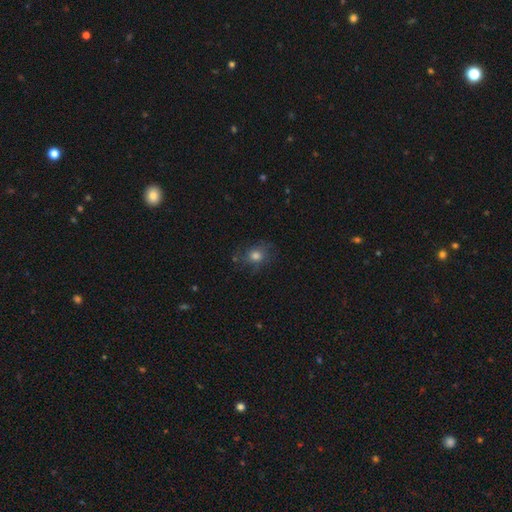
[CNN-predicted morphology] The model was most divided on "how rounded": round: 61%, in between: 37%, cigar-shaped: 1%. More confident: merging — none (68%); smooth or featured — smooth (63%).